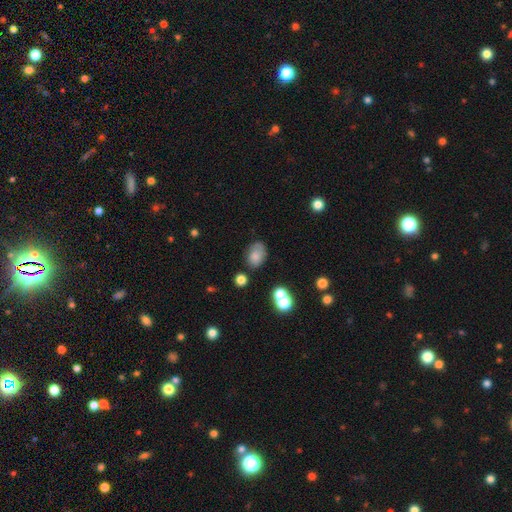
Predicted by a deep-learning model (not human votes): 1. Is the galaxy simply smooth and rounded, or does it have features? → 74% smooth, 15% featured or disk, 11% star or artifact.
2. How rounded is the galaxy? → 81% in between, 18% round, 1% cigar-shaped.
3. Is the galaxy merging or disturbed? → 60% none, 26% minor disturbance, 8% major disturbance, 6% merger.